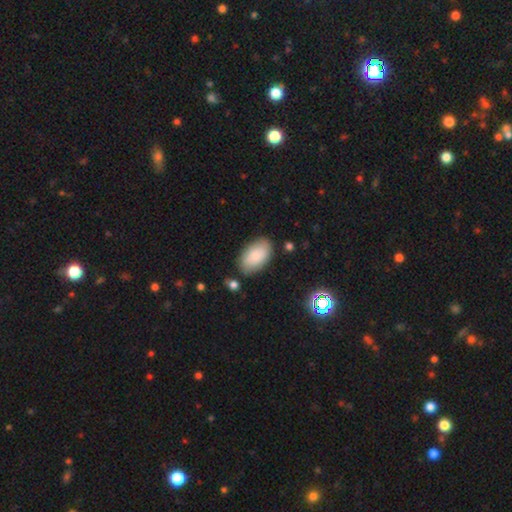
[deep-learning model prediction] This is clearly a smooth galaxy (84%). How rounded: clearly in between (95%). Merging: clearly none (81%).